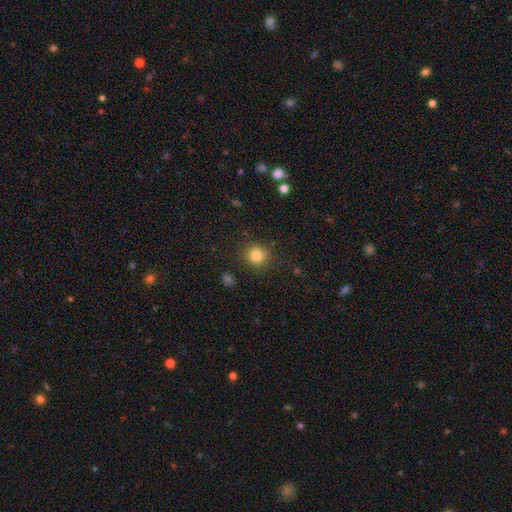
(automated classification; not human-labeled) The model was most divided on "smooth or featured": smooth: 83%, star or artifact: 11%, featured or disk: 6%. More confident: how rounded — round (90%); merging — none (87%).